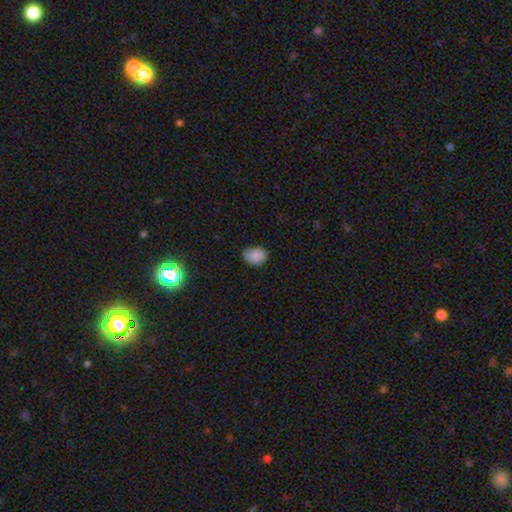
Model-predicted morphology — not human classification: A smooth galaxy with no disk features (85%) that is in between round and cigar-shaped (58%). Merging: none (59%).